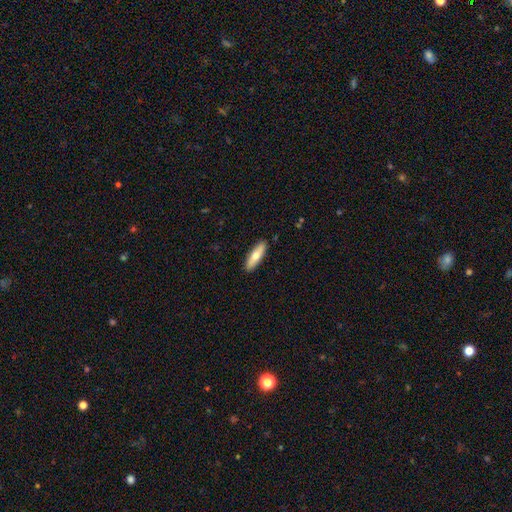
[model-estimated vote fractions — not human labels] Q: Smooth or featured?
A: smooth (71%); runner-up: featured or disk (24%)
Q: How rounded?
A: cigar-shaped (58%); runner-up: in between (40%)
Q: Merging?
A: none (90%); runner-up: minor disturbance (8%)